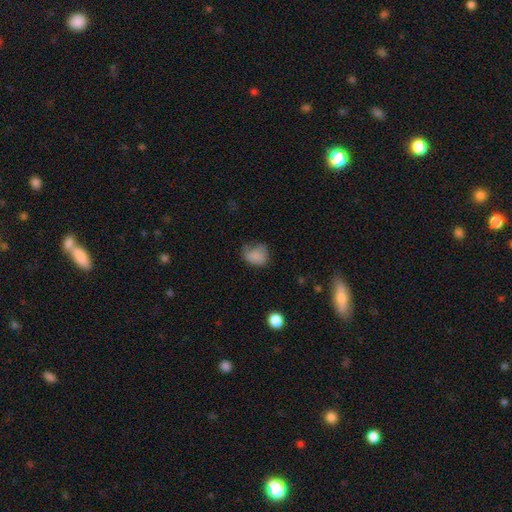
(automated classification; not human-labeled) A smooth galaxy with no disk features (80%) that is round (56%).

Vote fractions:
- Smooth or featured? smooth: 80% / star or artifact: 10% / featured or disk: 9%
- How rounded? round: 56% / in between: 43% / cigar-shaped: 1%
- Merging? none: 45% / minor disturbance: 35% / major disturbance: 18% / merger: 2%